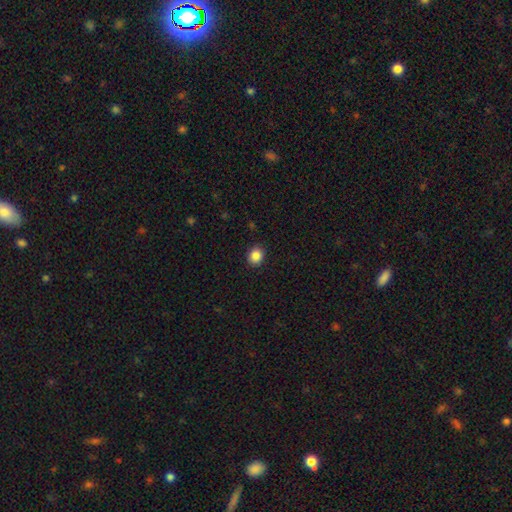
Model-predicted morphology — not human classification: Q: Smooth or featured?
A: smooth (87%); runner-up: star or artifact (10%)
Q: How rounded?
A: round (69%); runner-up: in between (30%)
Q: Merging?
A: none (90%); runner-up: minor disturbance (7%)